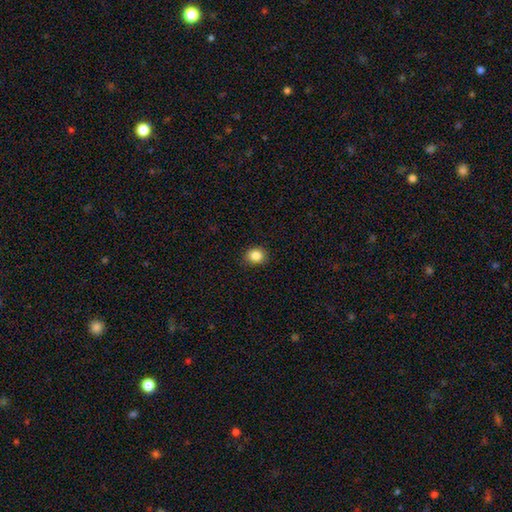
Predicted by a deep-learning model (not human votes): Smooth or featured?
  - smooth: 86% *
  - star or artifact: 10%
  - featured or disk: 4%
How rounded?
  - round: 69% *
  - in between: 30%
  - cigar-shaped: 1%
Merging?
  - none: 87% *
  - minor disturbance: 9%
  - major disturbance: 2%
  - merger: 1%